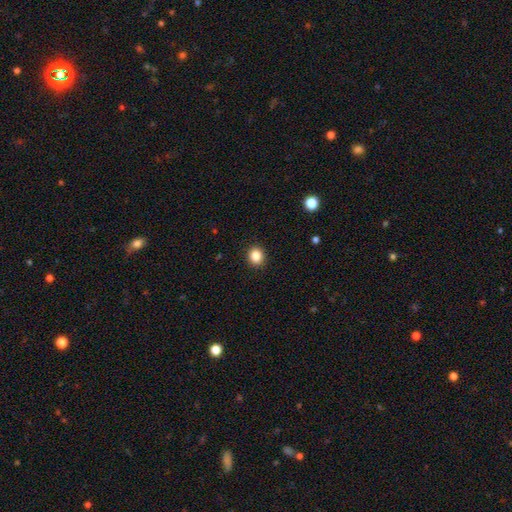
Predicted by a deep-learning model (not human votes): Overall: smooth (86%). How rounded: round (78%). Merging: none (91%).